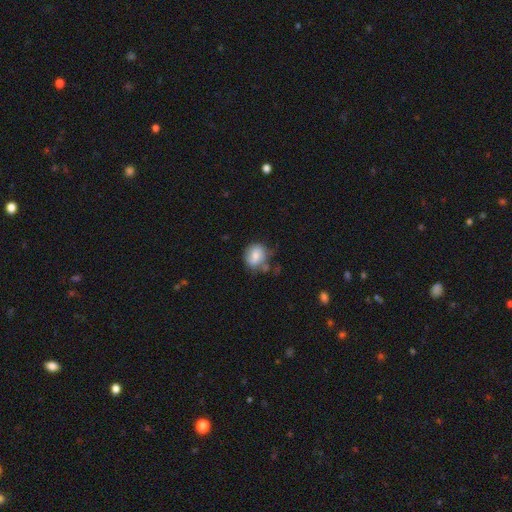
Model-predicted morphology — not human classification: Smooth or featured?
  - smooth: 75% *
  - featured or disk: 16%
  - star or artifact: 8%
How rounded?
  - round: 65% *
  - in between: 34%
  - cigar-shaped: 1%
Merging?
  - none: 55% *
  - minor disturbance: 27%
  - merger: 9%
  - major disturbance: 9%